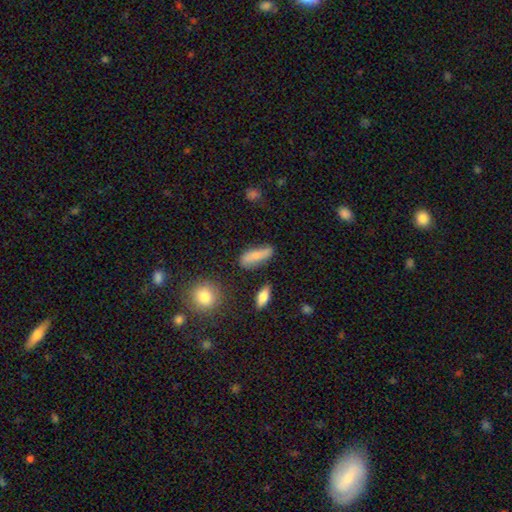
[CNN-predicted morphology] The model was most divided on "how rounded": in between: 62%, cigar-shaped: 34%, round: 5%. More confident: smooth or featured — smooth (65%); merging — none (64%).